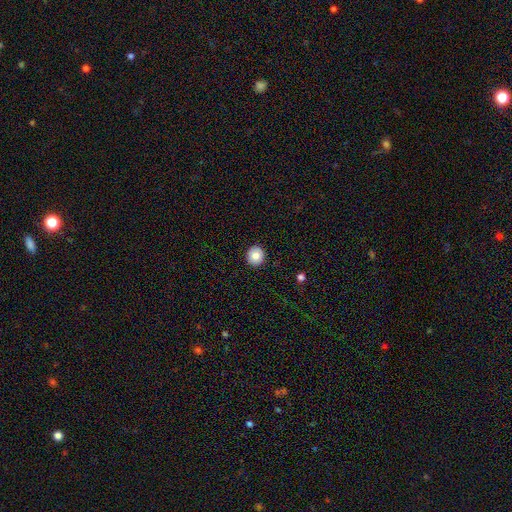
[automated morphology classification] The model was most divided on "smooth or featured": smooth: 81%, featured or disk: 11%, star or artifact: 8%. More confident: merging — none (92%); how rounded — round (91%).